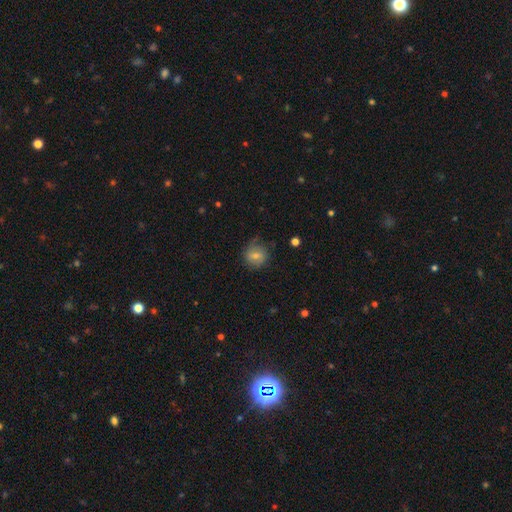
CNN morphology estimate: This appears to be a smooth galaxy with no disk features (60%) that is round (82%). Merging: none (69%).